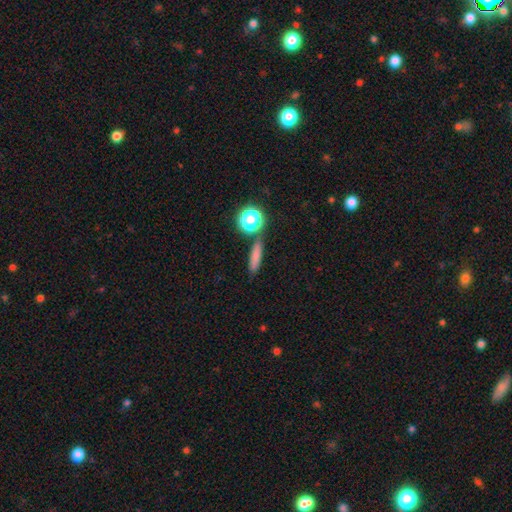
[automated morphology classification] Q: Smooth or featured?
A: smooth (75%); runner-up: star or artifact (13%)
Q: How rounded?
A: cigar-shaped (69%); runner-up: in between (17%)
Q: Merging?
A: none (80%); runner-up: minor disturbance (9%)